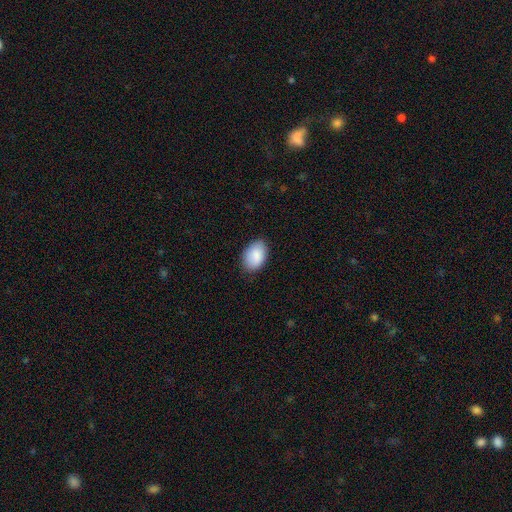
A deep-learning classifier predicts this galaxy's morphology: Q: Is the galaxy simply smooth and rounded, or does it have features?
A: smooth — 89%.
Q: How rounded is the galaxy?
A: in between — 89%.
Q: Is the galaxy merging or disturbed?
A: none — 81%.